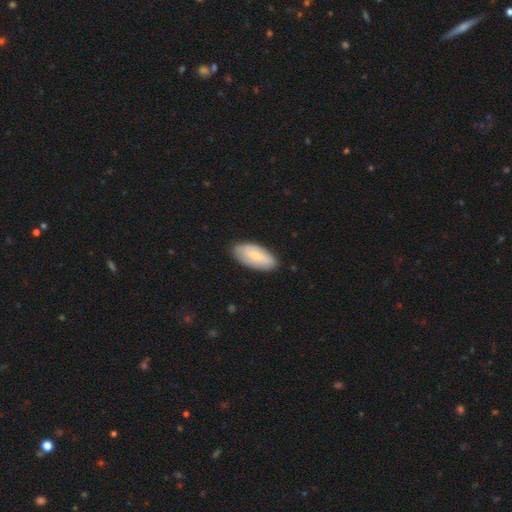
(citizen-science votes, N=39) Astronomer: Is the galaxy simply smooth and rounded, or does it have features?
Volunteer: smooth — 74%.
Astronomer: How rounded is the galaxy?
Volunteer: in between — 100%.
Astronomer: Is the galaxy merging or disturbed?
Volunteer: none — 89%.